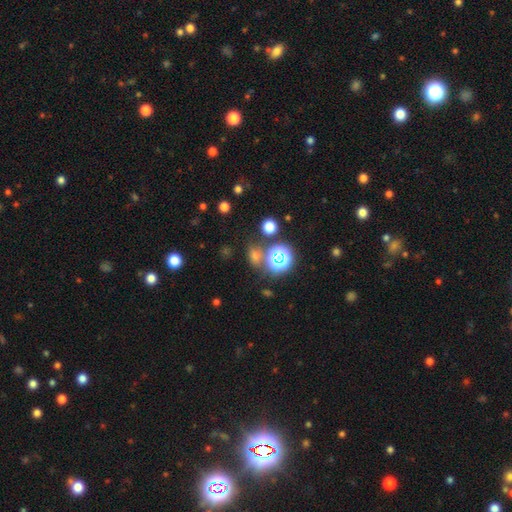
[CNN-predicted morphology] Smooth or featured? Predicted: smooth (p=0.50). Merging? Predicted: none (p=0.72).